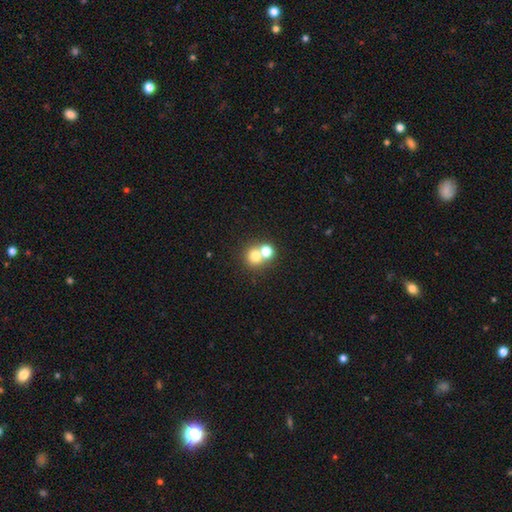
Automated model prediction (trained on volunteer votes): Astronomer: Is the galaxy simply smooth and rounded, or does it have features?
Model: smooth — 72%.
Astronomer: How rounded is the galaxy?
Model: round — 85%.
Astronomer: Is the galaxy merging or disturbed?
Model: merger — 49% (runner-up: none, 44%).